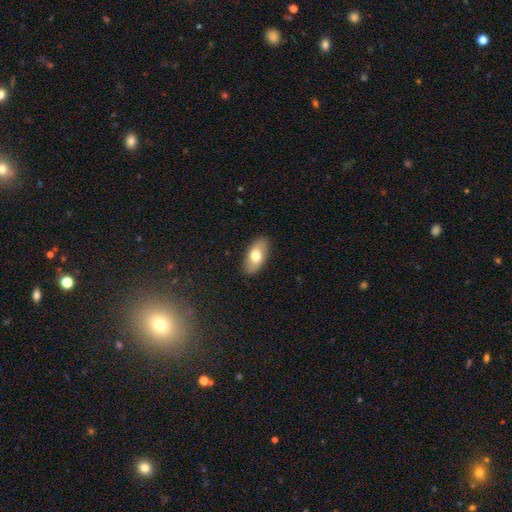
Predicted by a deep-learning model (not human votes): Smooth or featured? Predicted: smooth (p=0.71). How rounded? Predicted: in between (p=0.92). Merging? Predicted: none (p=0.87).